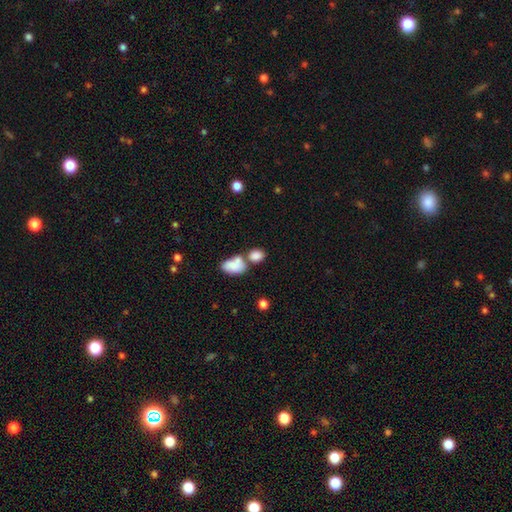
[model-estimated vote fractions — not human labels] Q: Smooth or featured?
A: smooth (83%); runner-up: featured or disk (9%)
Q: How rounded?
A: in between (66%); runner-up: round (32%)
Q: Merging?
A: merger (48%); runner-up: none (36%)